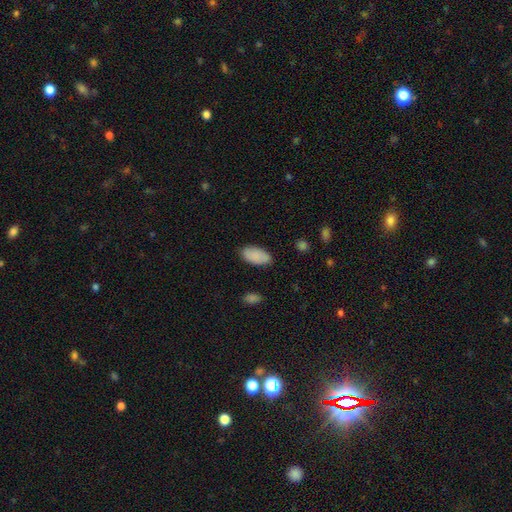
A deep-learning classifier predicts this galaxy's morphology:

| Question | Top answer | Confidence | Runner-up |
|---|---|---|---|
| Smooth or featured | smooth | 87% | featured or disk (6%) |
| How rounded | in between | 95% | cigar-shaped (3%) |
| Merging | none | 85% | minor disturbance (11%) |